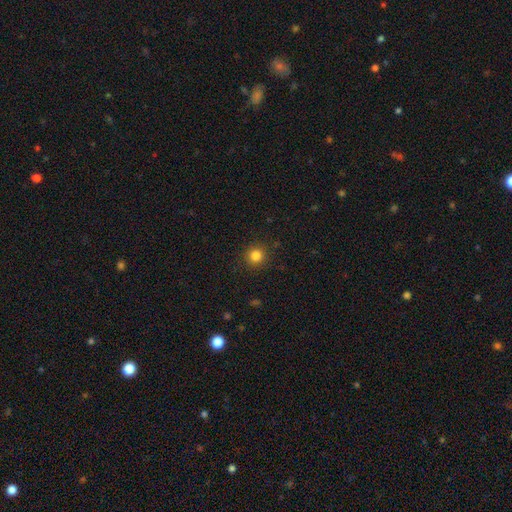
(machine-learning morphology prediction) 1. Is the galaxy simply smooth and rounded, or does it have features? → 83% smooth, 13% star or artifact, 5% featured or disk.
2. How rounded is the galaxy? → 93% round, 6% in between, 1% cigar-shaped.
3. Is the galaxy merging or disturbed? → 91% none, 6% minor disturbance, 2% major disturbance, 1% merger.